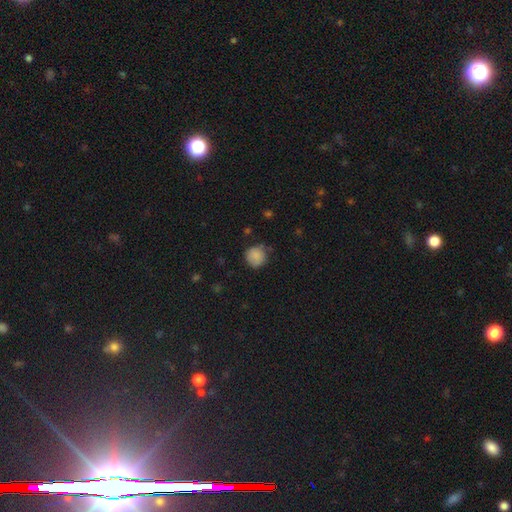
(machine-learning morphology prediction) The model was most divided on "merging": none: 70%, minor disturbance: 22%, major disturbance: 5%, merger: 2%. More confident: how rounded — round (89%); smooth or featured — smooth (85%).